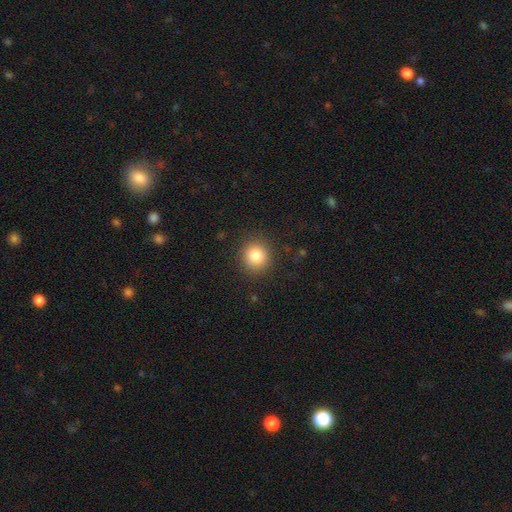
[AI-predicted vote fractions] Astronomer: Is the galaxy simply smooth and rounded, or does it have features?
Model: smooth — 84%.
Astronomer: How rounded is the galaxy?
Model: round — 86%.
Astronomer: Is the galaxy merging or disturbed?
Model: none — 89%.